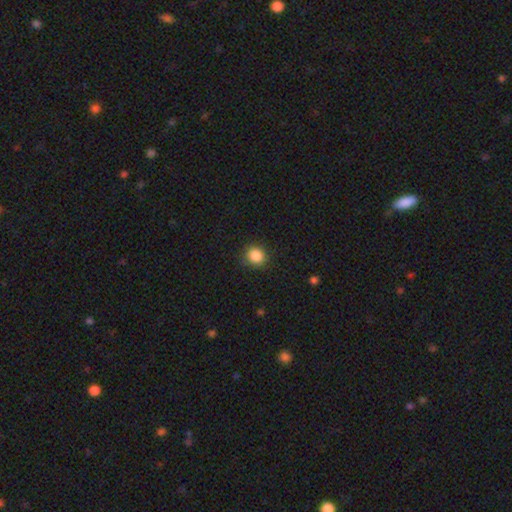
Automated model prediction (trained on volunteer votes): Smooth or featured: smooth — 86% (star or artifact — 10%)
How rounded: round — 85% (in between — 14%)
Merging: none — 88% (minor disturbance — 9%)